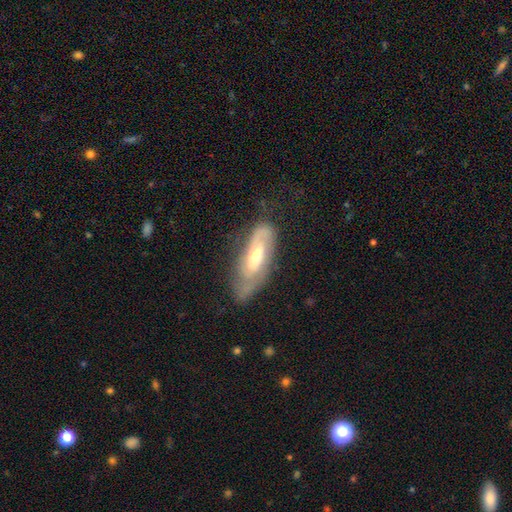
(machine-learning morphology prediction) smooth_or_featured: featured or disk (p=0.72) [alt: smooth p=0.22]
disk_edge_on: no (p=0.84) [alt: yes p=0.16]
bar: no (p=0.51) [alt: weak p=0.37]
has_spiral_arms: yes (p=0.86) [alt: no p=0.14]
spiral_winding: tight (p=0.46) [alt: medium p=0.38]
spiral_arm_count: 2 (p=0.56) [alt: can't tell p=0.27]
bulge_size: moderate (p=0.62) [alt: small p=0.28]
merging: none (p=0.63) [alt: minor disturbance p=0.25]